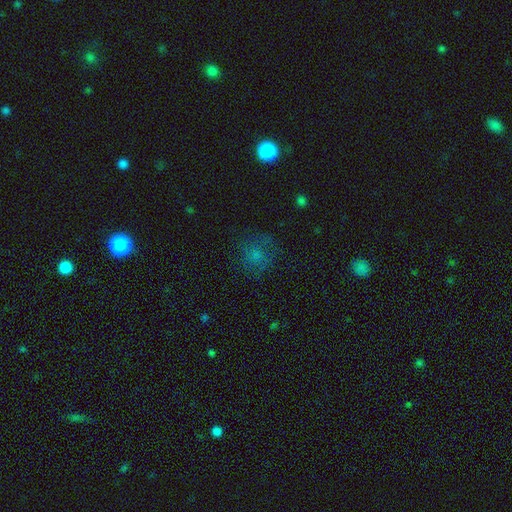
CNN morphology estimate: Smooth or featured? Predicted: smooth (p=0.62). How rounded? Predicted: round (p=0.84). Merging? Predicted: none (p=0.69).